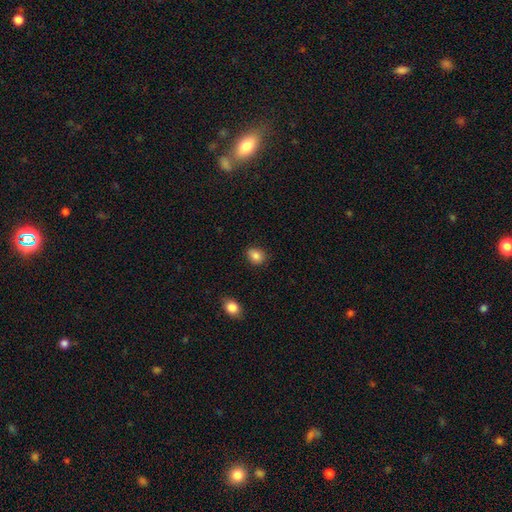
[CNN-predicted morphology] Smooth or featured? Predicted: smooth (p=0.85). How rounded? Predicted: in between (p=0.54). Merging? Predicted: none (p=0.85).